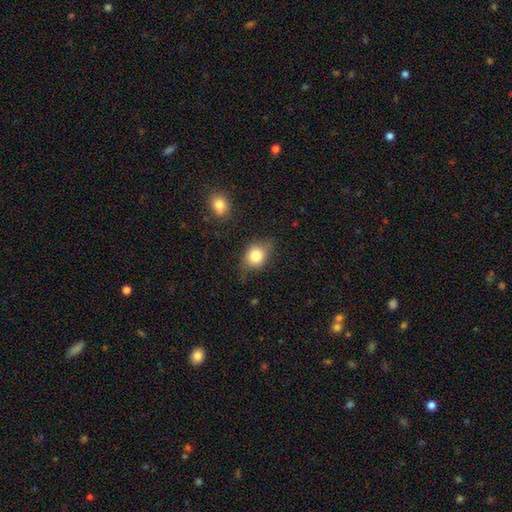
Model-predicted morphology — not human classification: smooth_or_featured: smooth (p=0.81) [alt: featured or disk p=0.10]
how_rounded: in between (p=0.51) [alt: round p=0.48]
merging: none (p=0.65) [alt: minor disturbance p=0.25]